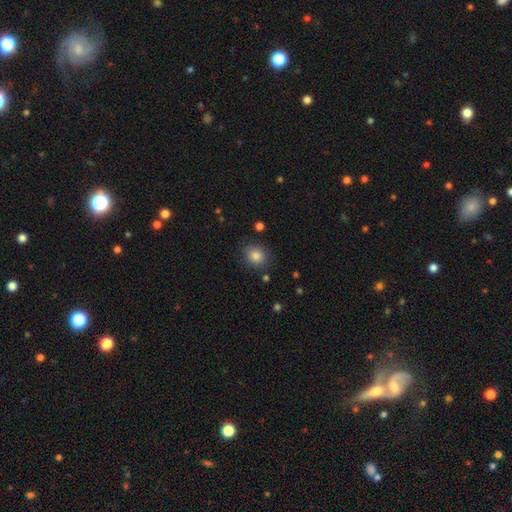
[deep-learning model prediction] smooth 85%, star or artifact 10%, featured or disk 5%. Down the decision tree: how rounded — round (67%); merging — none (84%).